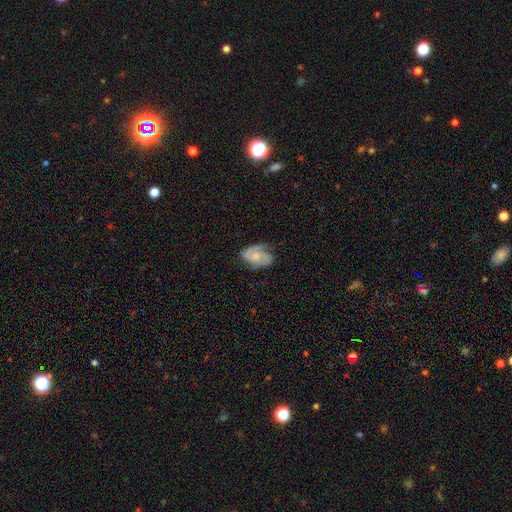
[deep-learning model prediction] Overall: featured or disk (70%). Edge-on disk: no (97%). Bar: no (68%). Spiral arms: yes (92%). Spiral arm count: 2 (58%). Spiral winding: medium (46%; tight 31%). Bulge size: small (45%; moderate 41%). Merging: none (58%; minor disturbance 27%).